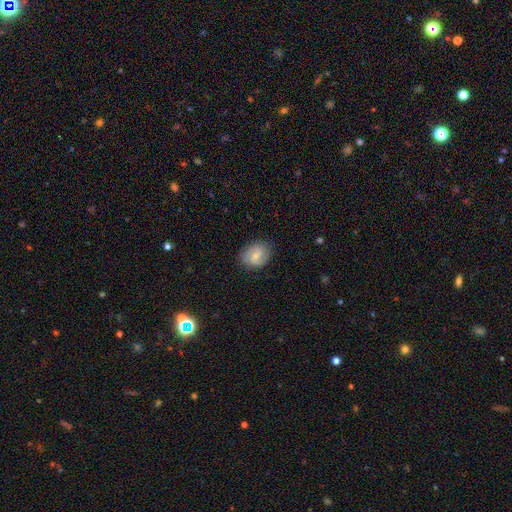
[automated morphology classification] Smooth or featured? Predicted: featured or disk (p=0.63). Edge-on disk? Predicted: no (p=0.97). Bar? Predicted: weak (p=0.51). Spiral arms? Predicted: yes (p=0.91). Spiral winding? Predicted: medium (p=0.48). Spiral arm count? Predicted: 2 (p=0.82). Bulge size? Predicted: small (p=0.56). Merging? Predicted: none (p=0.81).